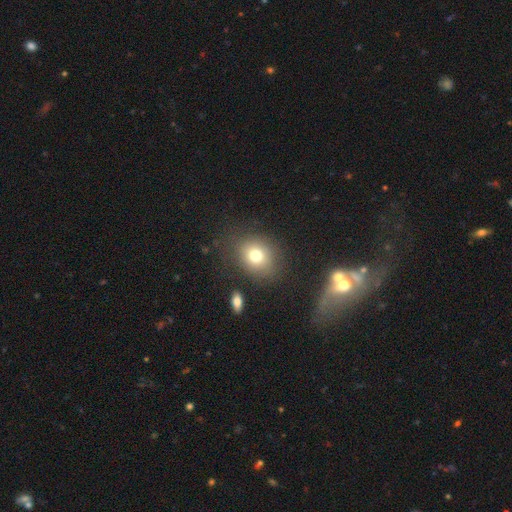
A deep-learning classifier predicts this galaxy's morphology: A smooth galaxy with no disk features (74%) that is round (62%).

Vote fractions:
- Smooth or featured? smooth: 74% / star or artifact: 13% / featured or disk: 13%
- How rounded? round: 62% / in between: 37% / cigar-shaped: 1%
- Merging? none: 78% / minor disturbance: 12% / major disturbance: 6% / merger: 3%